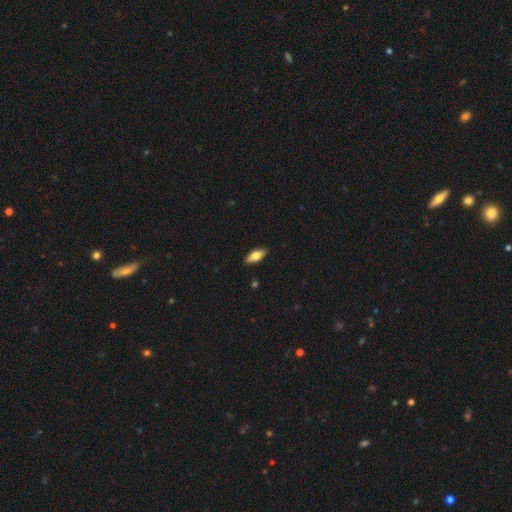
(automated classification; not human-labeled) The model was most divided on "smooth or featured": smooth: 73%, featured or disk: 22%, star or artifact: 6%. More confident: merging — none (89%); how rounded — in between (78%).